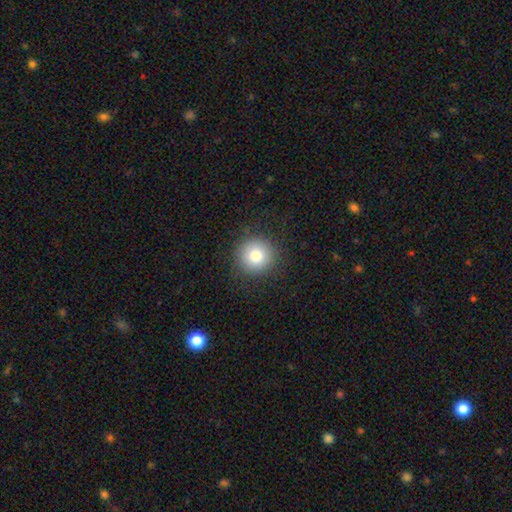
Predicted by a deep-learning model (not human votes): Overall: smooth (81%). How rounded: round (94%). Merging: none (89%).